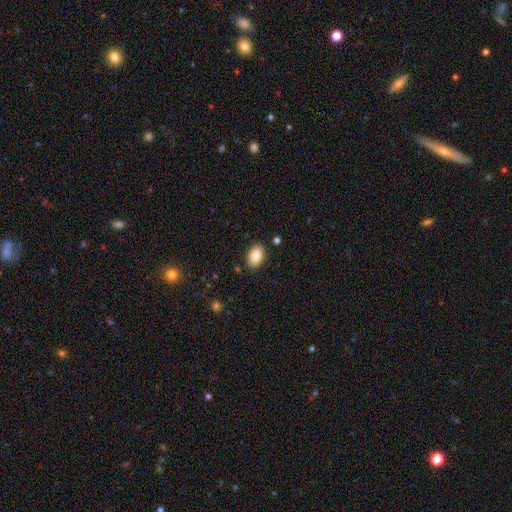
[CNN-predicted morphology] Smooth or featured: smooth — 84% (featured or disk — 9%)
How rounded: in between — 90% (round — 9%)
Merging: none — 88% (minor disturbance — 9%)